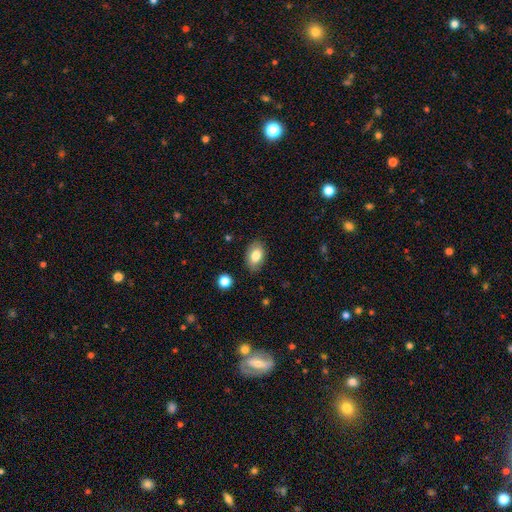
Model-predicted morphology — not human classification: The model was most divided on "smooth or featured": smooth: 82%, featured or disk: 11%, star or artifact: 7%. More confident: how rounded — in between (90%); merging — none (84%).